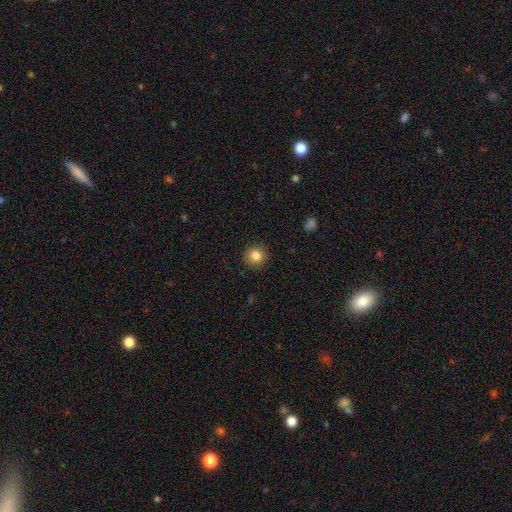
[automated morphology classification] Smooth or featured? Predicted: smooth (p=0.85). How rounded? Predicted: round (p=0.90). Merging? Predicted: none (p=0.89).